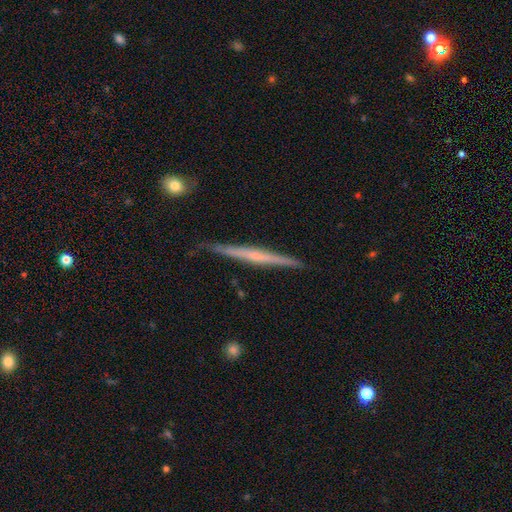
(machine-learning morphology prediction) This appears to be a featured or disk galaxy (66%) viewed edge-on (97%) with no central bulge (62%). Merging: none (84%).